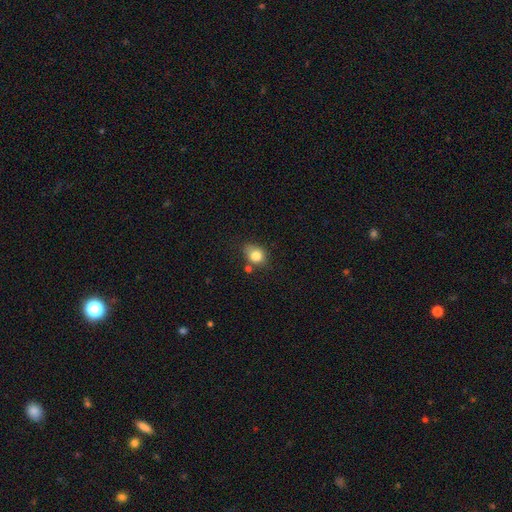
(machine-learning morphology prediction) smooth-or-featured: smooth: 82% | star or artifact: 10% | featured or disk: 8%
  how-rounded: round: 50% | in between: 48% | cigar-shaped: 1%
  merging: none: 55% | minor disturbance: 27% | merger: 11% | major disturbance: 7%